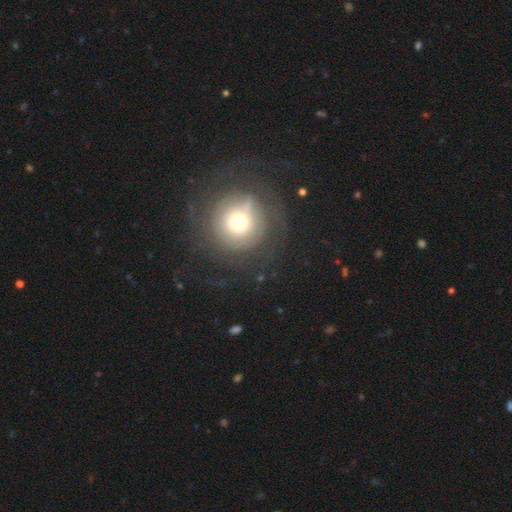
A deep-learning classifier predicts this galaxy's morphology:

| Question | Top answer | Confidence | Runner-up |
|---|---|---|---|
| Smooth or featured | smooth | 42% | featured or disk (39%) |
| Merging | none | 83% | minor disturbance (9%) |